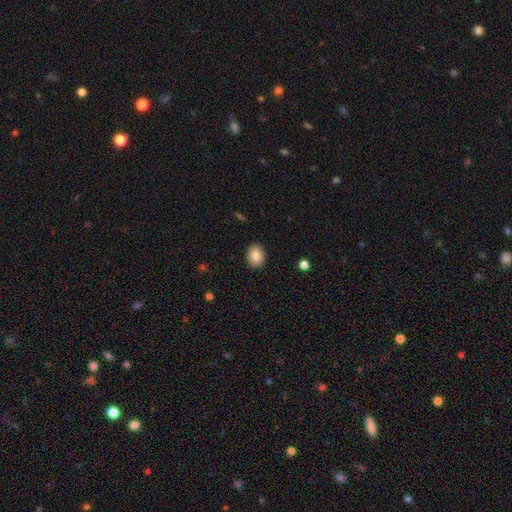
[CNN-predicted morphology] A smooth galaxy with no disk features (86%) that is in between round and cigar-shaped (59%). Merging: none (90%).